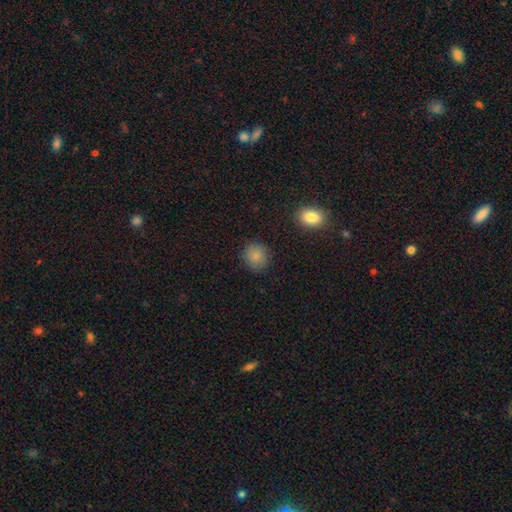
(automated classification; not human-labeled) This is clearly a smooth galaxy (85%). How rounded: clearly round (86%). Merging: clearly none (88%).